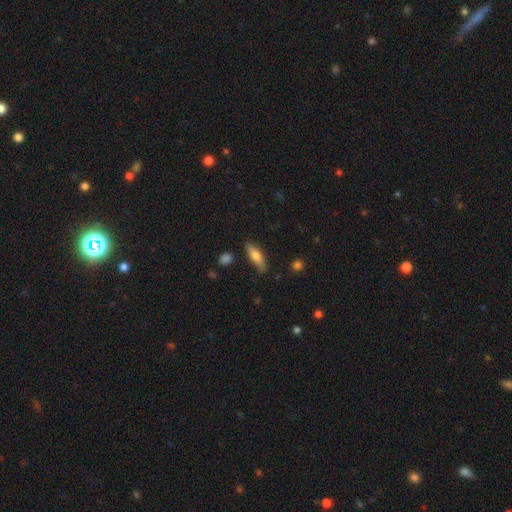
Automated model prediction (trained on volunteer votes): smooth-or-featured: smooth: 68% | featured or disk: 25% | star or artifact: 6%
  how-rounded: cigar-shaped: 56% | in between: 42% | round: 2%
  merging: none: 79% | minor disturbance: 15% | major disturbance: 3% | merger: 2%